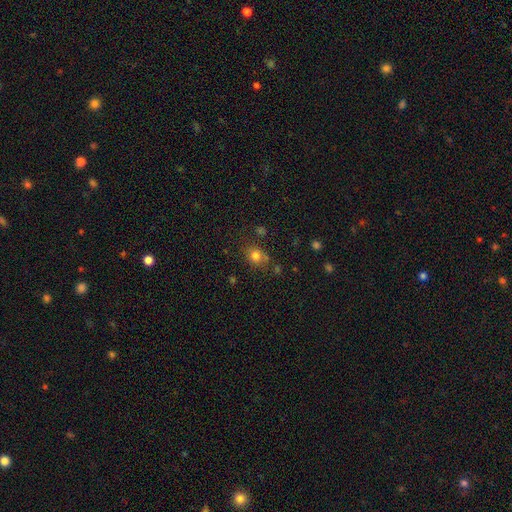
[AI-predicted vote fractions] A smooth galaxy with no disk features (78%) that is round (68%). Merging: none (70%).